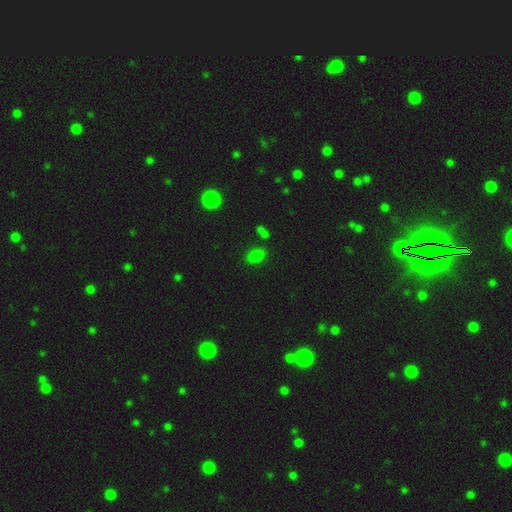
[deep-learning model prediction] Smooth or featured: smooth — 77% (star or artifact — 18%)
How rounded: in between — 83% (round — 14%)
Merging: none — 77% (minor disturbance — 12%)